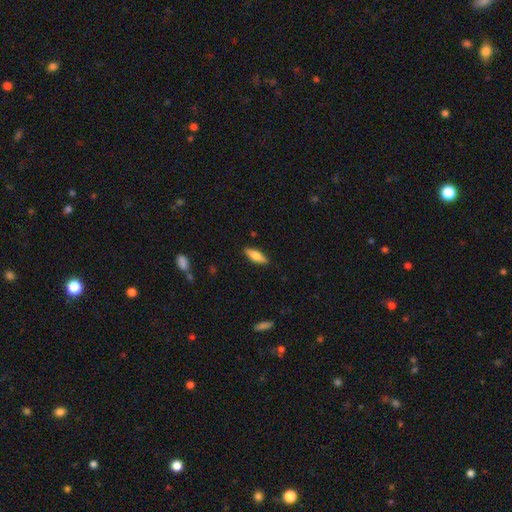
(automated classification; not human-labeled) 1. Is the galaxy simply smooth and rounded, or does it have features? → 66% smooth, 28% featured or disk, 6% star or artifact.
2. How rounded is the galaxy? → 51% in between, 47% cigar-shaped, 2% round.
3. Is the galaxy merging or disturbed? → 87% none, 9% minor disturbance, 2% major disturbance, 1% merger.